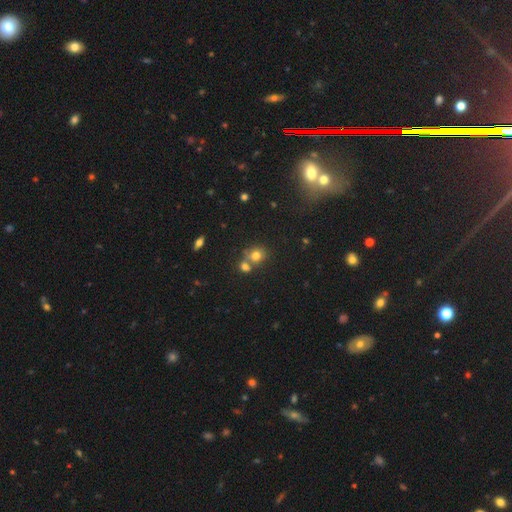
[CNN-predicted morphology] Q: Smooth or featured?
A: smooth (74%); runner-up: star or artifact (15%)
Q: How rounded?
A: round (77%); runner-up: in between (22%)
Q: Merging?
A: none (51%); runner-up: merger (37%)